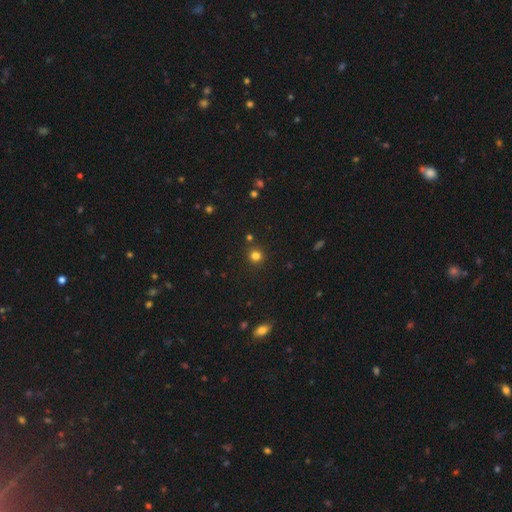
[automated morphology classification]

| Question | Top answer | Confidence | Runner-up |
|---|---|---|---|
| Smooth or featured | smooth | 79% | star or artifact (16%) |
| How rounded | round | 92% | in between (7%) |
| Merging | none | 88% | minor disturbance (6%) |